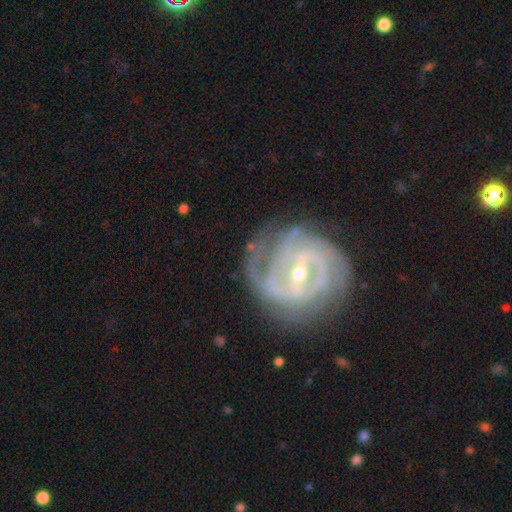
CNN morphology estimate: A featured or disk galaxy (89%) with a strong bar (43%), 2 (30%) tight (65%) spiral arms (96%) and a small central bulge (54%).

Vote fractions:
- Smooth or featured? featured or disk: 89% / star or artifact: 5% / smooth: 5%
- Edge-on disk? no: 97% / yes: 3%
- Bar? strong: 43% / weak: 40% / no: 16%
- Spiral arms? yes: 96% / no: 4%
- Spiral winding? tight: 65% / medium: 29% / loose: 6%
- Spiral arm count? 2: 30% / 3: 24% / can't tell: 23% / 4: 11% / more than 4: 6% / 1: 5%
- Bulge size? small: 54% / moderate: 43% / large: 1% / none: 1% / dominant: 1%
- Merging? none: 71% / minor disturbance: 19% / major disturbance: 9% / merger: 2%